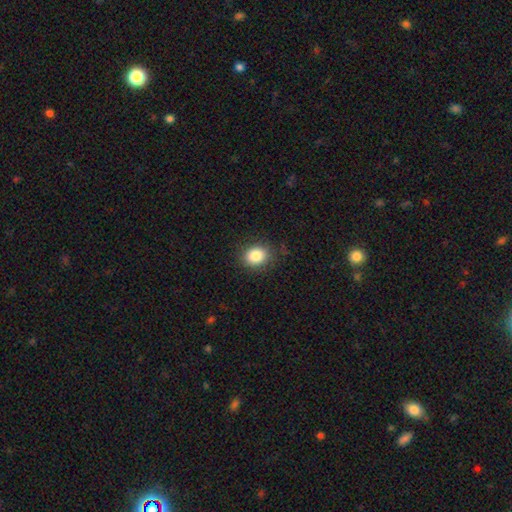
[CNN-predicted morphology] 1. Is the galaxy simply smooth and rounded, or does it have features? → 85% smooth, 9% star or artifact, 6% featured or disk.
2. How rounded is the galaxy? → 59% round, 40% in between, 1% cigar-shaped.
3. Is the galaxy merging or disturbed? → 87% none, 9% minor disturbance, 3% major disturbance, 1% merger.